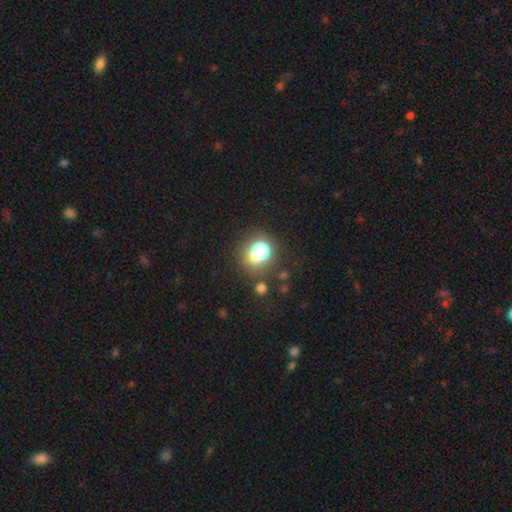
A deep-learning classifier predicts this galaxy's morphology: Smooth or featured: smooth — 70% (featured or disk — 16%)
How rounded: round — 61% (in between — 38%)
Merging: none — 53% (merger — 22%)